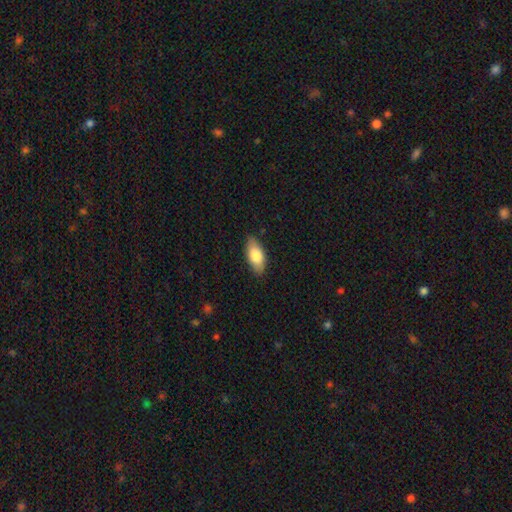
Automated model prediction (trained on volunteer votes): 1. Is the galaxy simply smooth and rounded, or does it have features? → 79% smooth, 15% featured or disk, 6% star or artifact.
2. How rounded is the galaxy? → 88% in between, 10% cigar-shaped, 3% round.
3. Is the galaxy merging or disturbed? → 85% none, 12% minor disturbance, 2% major disturbance, 1% merger.